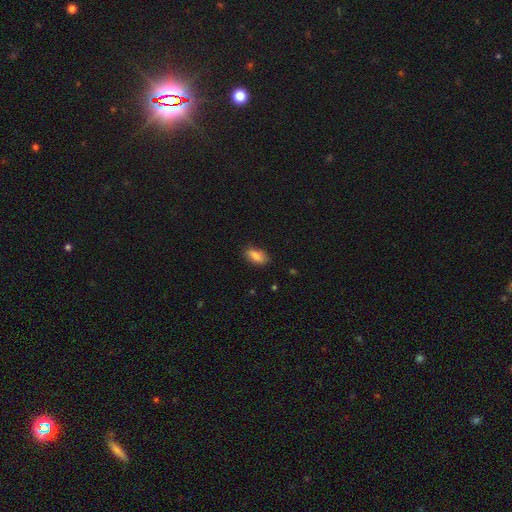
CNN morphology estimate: type=smooth (82%); roundness=in between (87%); merging=none (78%).